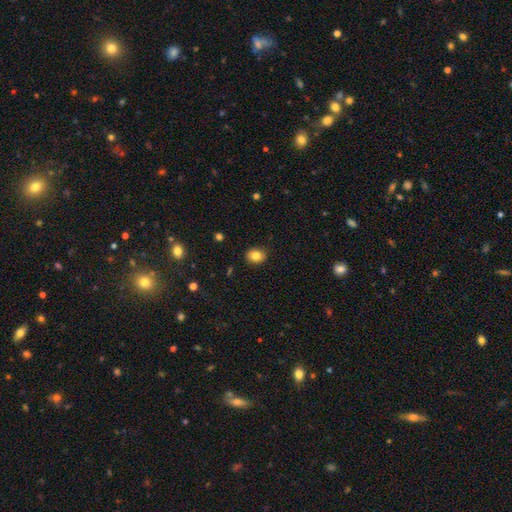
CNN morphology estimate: Smooth or featured? smooth (82%)
How rounded? round (55%)
Merging? none (89%)